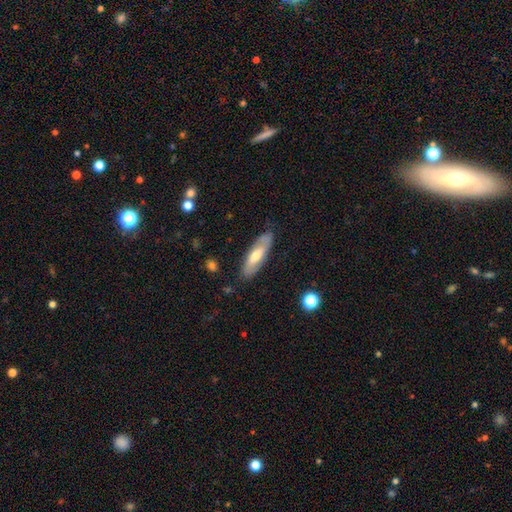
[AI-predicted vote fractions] Morphology: type=smooth (50%); merging=none (82%).